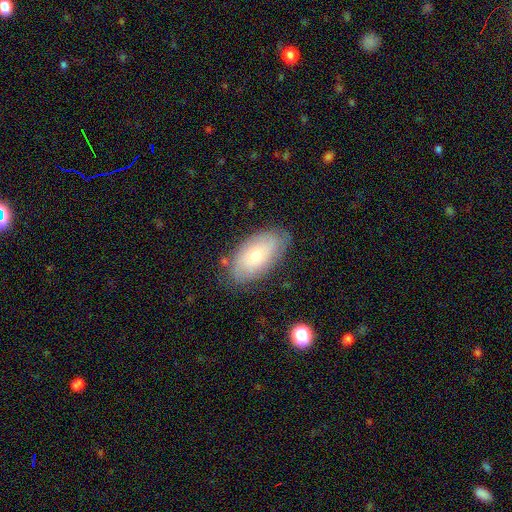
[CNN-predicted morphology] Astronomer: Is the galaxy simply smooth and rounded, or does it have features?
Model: smooth — 49% (runner-up: featured or disk, 44%).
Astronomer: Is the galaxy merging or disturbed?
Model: none — 77%.